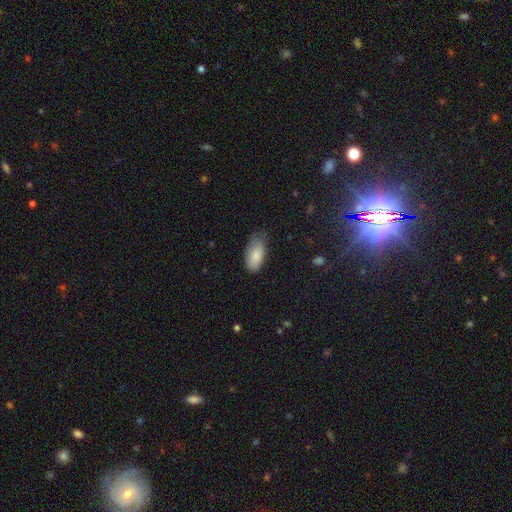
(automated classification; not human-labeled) Morphology: type=smooth (85%); roundness=in between (93%); merging=none (49%).